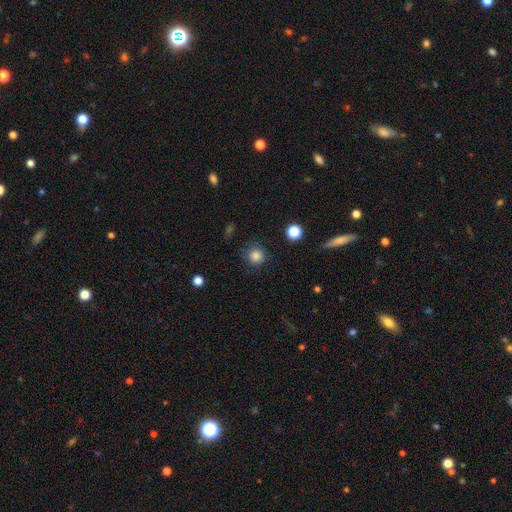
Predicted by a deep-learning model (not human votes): Overall: smooth (84%). How rounded: round (94%). Merging: none (84%).